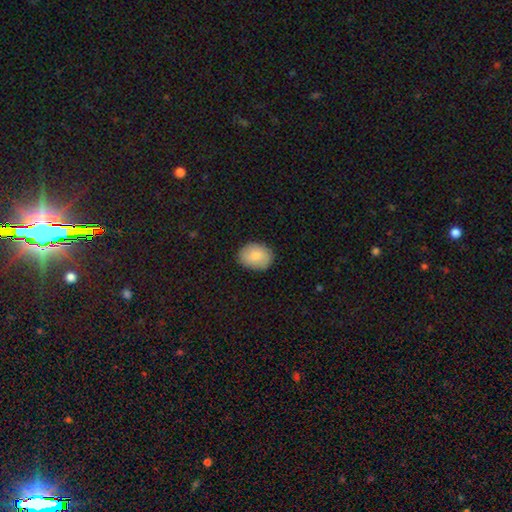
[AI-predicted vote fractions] This appears to be a smooth galaxy with no disk features (83%) that is in between round and cigar-shaped (61%). Merging: none (85%).